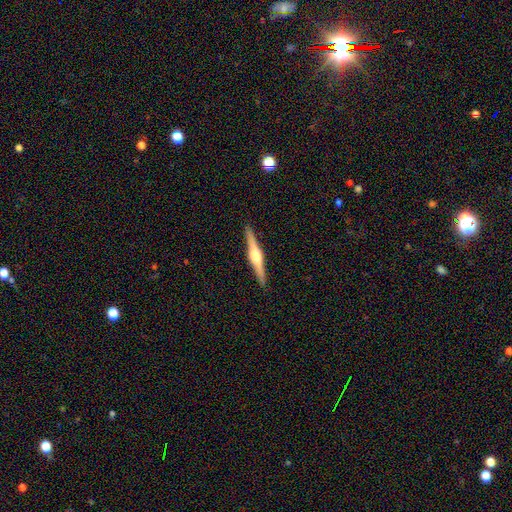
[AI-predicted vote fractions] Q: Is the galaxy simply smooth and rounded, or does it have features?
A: featured or disk — 78%.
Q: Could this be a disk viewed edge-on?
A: yes — 98%.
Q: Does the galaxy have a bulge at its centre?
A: rounded — 86%.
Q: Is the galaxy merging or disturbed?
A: none — 92%.